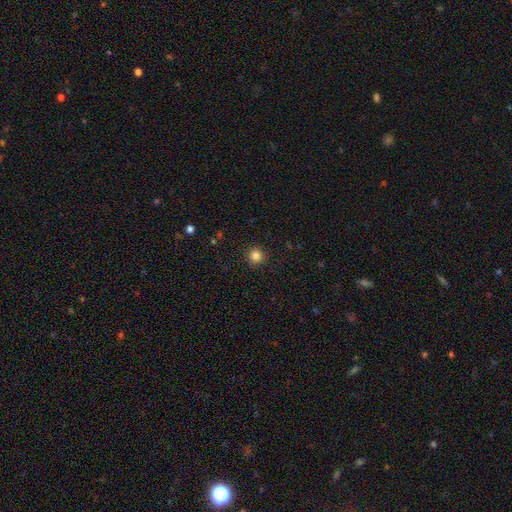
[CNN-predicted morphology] Smooth or featured? smooth (84%)
How rounded? round (94%)
Merging? none (92%)